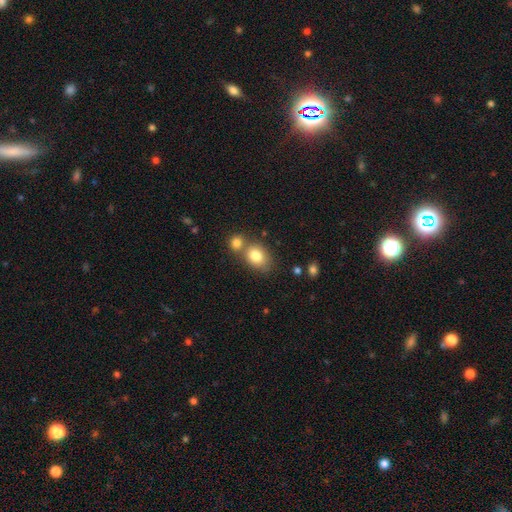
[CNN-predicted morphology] type=smooth (81%); roundness=in between (55%); merging=none (49%).